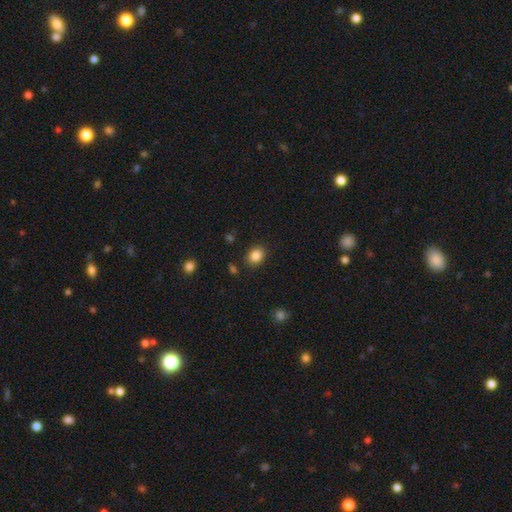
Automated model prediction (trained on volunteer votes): The model was most divided on "how rounded": round: 52%, in between: 47%, cigar-shaped: 1%. More confident: merging — none (86%); smooth or featured — smooth (86%).